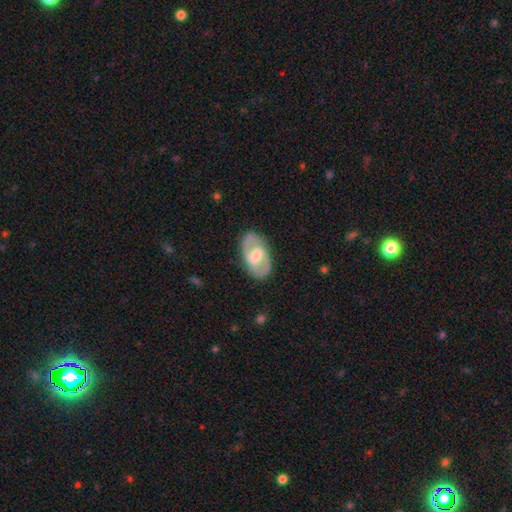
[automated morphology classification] Smooth or featured: featured or disk — 74% (smooth — 21%)
Edge-on disk: no — 95% (yes — 5%)
Bar: weak — 53% (strong — 28%)
Spiral arms: yes — 81% (no — 19%)
Spiral winding: medium — 51% (tight — 27%)
Spiral arm count: 2 — 87% (can't tell — 8%)
Bulge size: moderate — 58% (small — 22%)
Merging: none — 83% (minor disturbance — 12%)